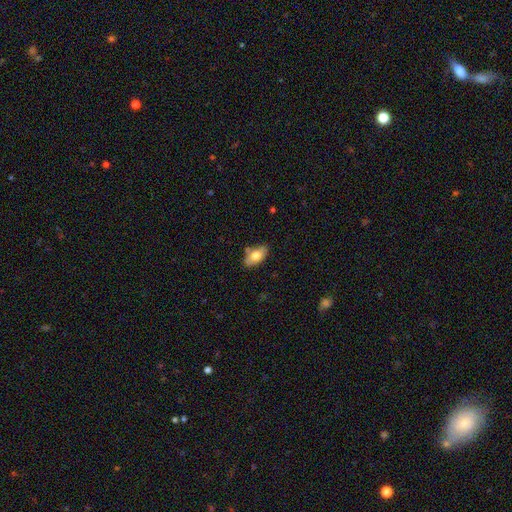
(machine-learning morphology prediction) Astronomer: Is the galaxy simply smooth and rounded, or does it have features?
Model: smooth — 71%.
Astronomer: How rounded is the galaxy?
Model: in between — 89%.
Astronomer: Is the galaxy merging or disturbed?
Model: none — 74%.